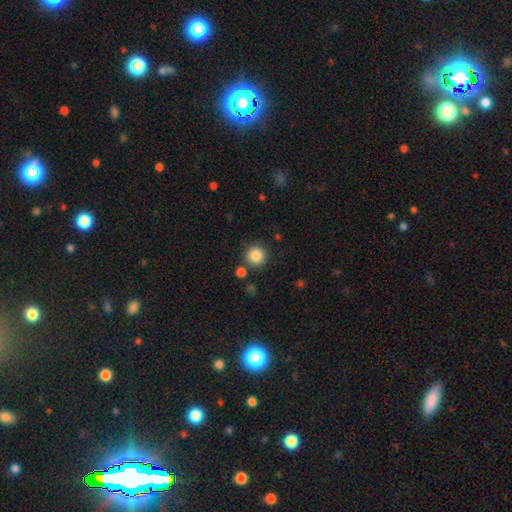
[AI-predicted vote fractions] A smooth galaxy with no disk features (86%) that is round (95%). Merging: none (85%).